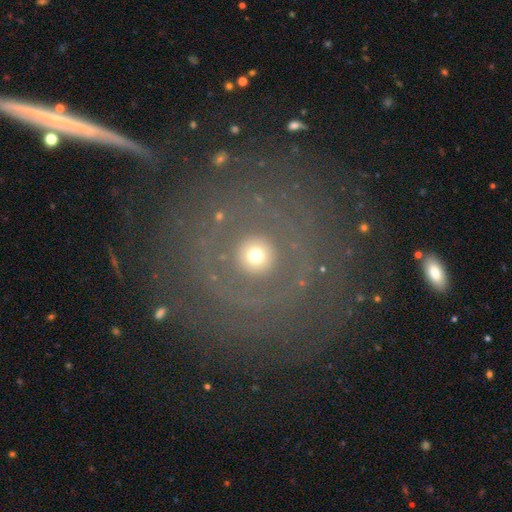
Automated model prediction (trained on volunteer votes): smooth-or-featured: smooth: 44% | featured or disk: 41% | star or artifact: 16%
  merging: none: 77% | major disturbance: 10% | minor disturbance: 10% | merger: 2%